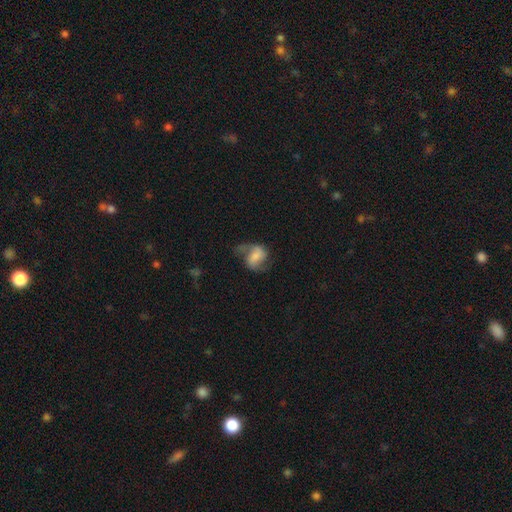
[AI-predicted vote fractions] Smooth or featured? featured or disk (62%)
Edge-on disk? no (97%)
Bar? weak (42%)
Spiral arms? yes (90%)
Spiral winding? loose (50%)
Spiral arm count? 2 (85%)
Bulge size? small (32%)
Merging? none (51%)